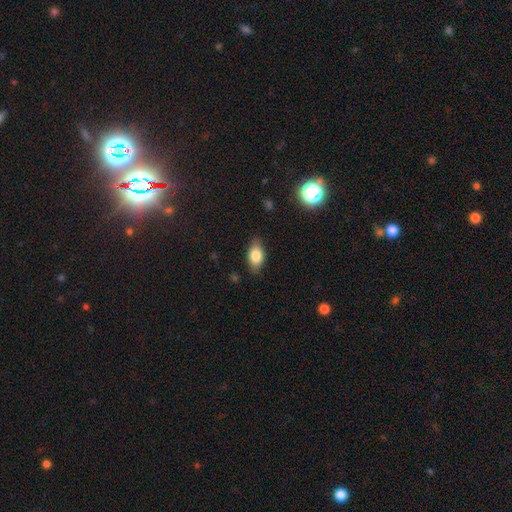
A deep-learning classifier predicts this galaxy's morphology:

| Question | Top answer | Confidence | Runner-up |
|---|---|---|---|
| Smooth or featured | smooth | 80% | featured or disk (12%) |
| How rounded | in between | 88% | round (7%) |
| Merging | none | 82% | minor disturbance (14%) |